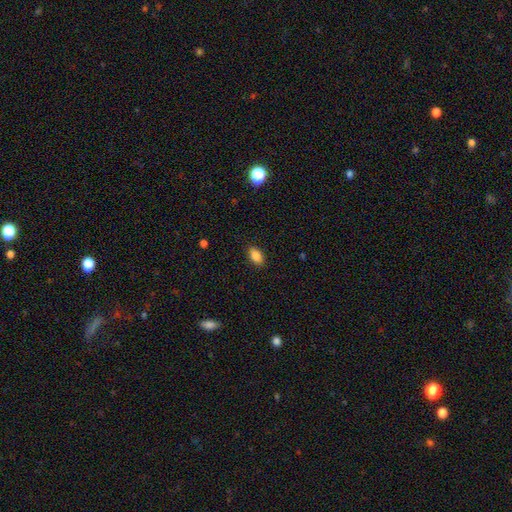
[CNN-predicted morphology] smooth 88%, star or artifact 9%, featured or disk 4%. Down the decision tree: how rounded — in between (91%); merging — none (88%).